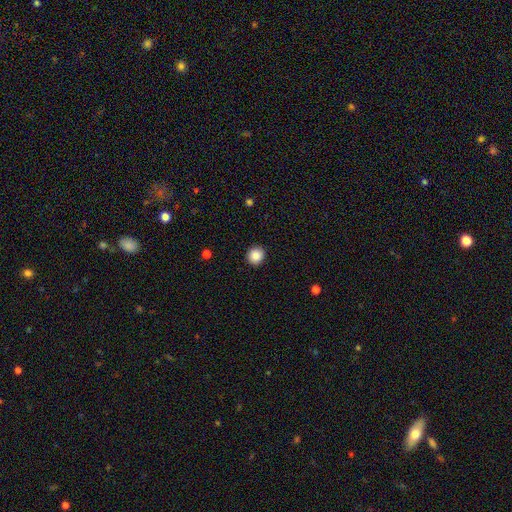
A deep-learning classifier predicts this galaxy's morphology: A smooth galaxy with no disk features (87%) that is round (93%).

Vote fractions:
- Smooth or featured? smooth: 87% / star or artifact: 9% / featured or disk: 3%
- How rounded? round: 93% / in between: 6% / cigar-shaped: 1%
- Merging? none: 92% / minor disturbance: 5% / major disturbance: 2% / merger: 1%